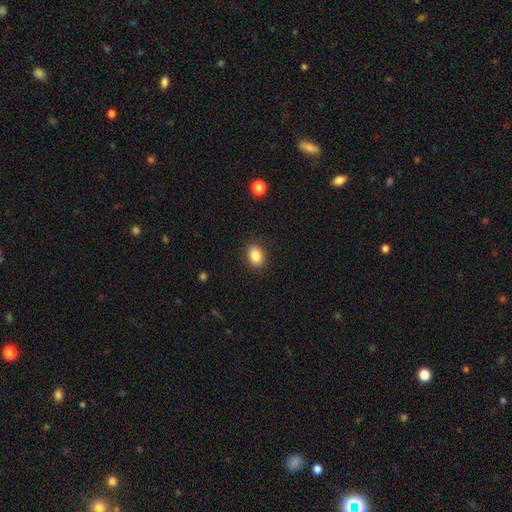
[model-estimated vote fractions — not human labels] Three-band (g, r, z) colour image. It shows a smooth galaxy with no disk features (87%) that is in between round and cigar-shaped (74%). Merging: none (88%).